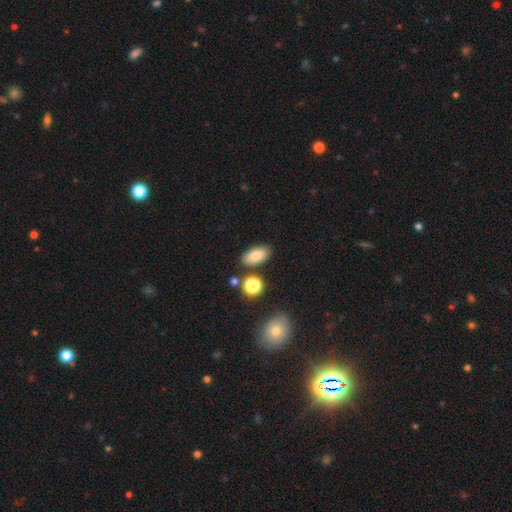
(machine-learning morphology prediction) A smooth galaxy with no disk features (83%) that is in between round and cigar-shaped (91%).

Vote fractions:
- Smooth or featured? smooth: 83% / star or artifact: 9% / featured or disk: 8%
- How rounded? in between: 91% / round: 5% / cigar-shaped: 3%
- Merging? none: 82% / minor disturbance: 10% / merger: 5% / major disturbance: 3%